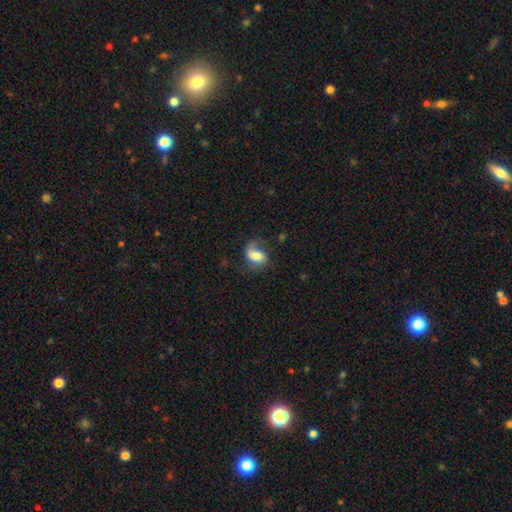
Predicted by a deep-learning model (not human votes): A smooth galaxy with no disk features (51%) that is in between round and cigar-shaped (75%). Merging: none (46%).